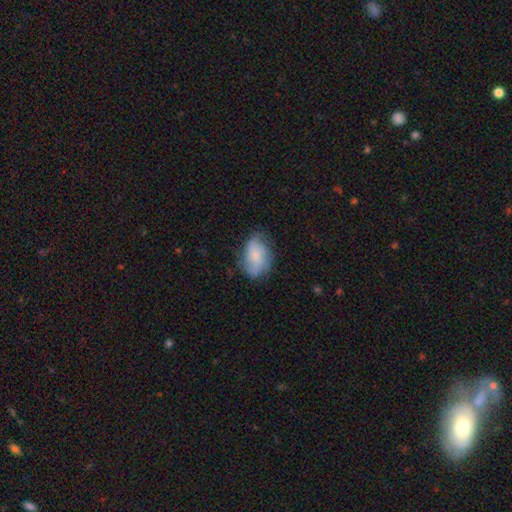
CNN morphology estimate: smooth_or_featured: smooth (p=0.60) [alt: featured or disk p=0.32]
how_rounded: in between (p=0.86) [alt: round p=0.12]
merging: none (p=0.60) [alt: minor disturbance p=0.29]